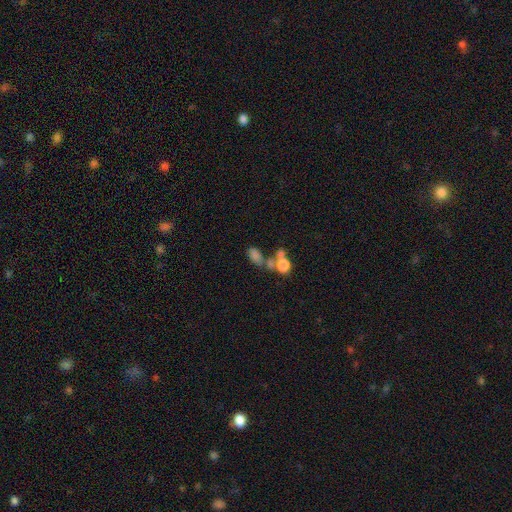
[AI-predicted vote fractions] A smooth galaxy with no disk features (66%) that is in between round and cigar-shaped (72%). Merging: merger (42%).